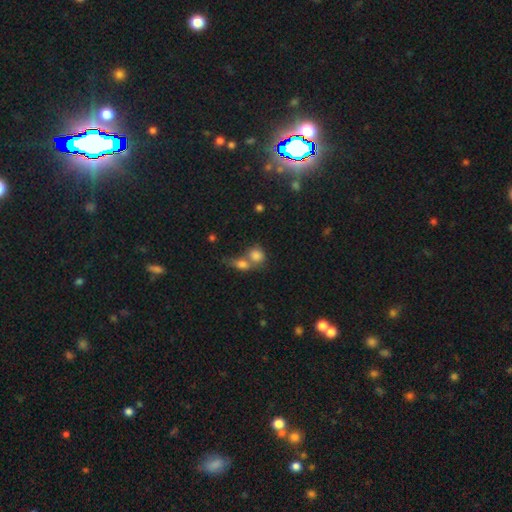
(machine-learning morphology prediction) type=smooth (81%); roundness=round (54%); merging=merger (60%).